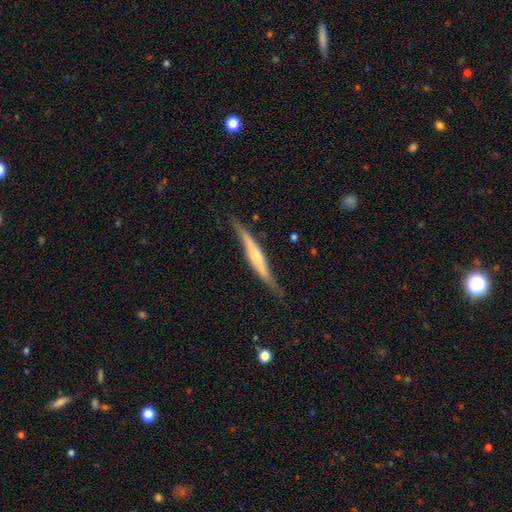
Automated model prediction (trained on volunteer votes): smooth_or_featured: featured or disk (p=0.67) [alt: smooth p=0.27]
disk_edge_on: yes (p=0.94) [alt: no p=0.06]
edge_on_bulge: rounded (p=0.69) [alt: none p=0.19]
merging: none (p=0.77) [alt: minor disturbance p=0.18]